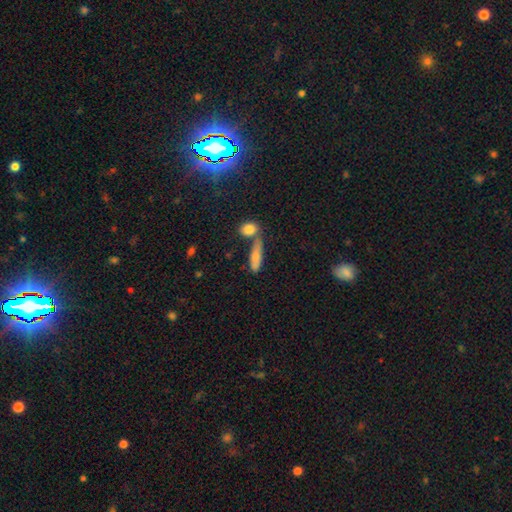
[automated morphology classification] Smooth or featured?
  - smooth: 76% *
  - featured or disk: 17%
  - star or artifact: 7%
How rounded?
  - cigar-shaped: 54% *
  - in between: 42%
  - round: 4%
Merging?
  - none: 52% *
  - merger: 26%
  - minor disturbance: 17%
  - major disturbance: 6%